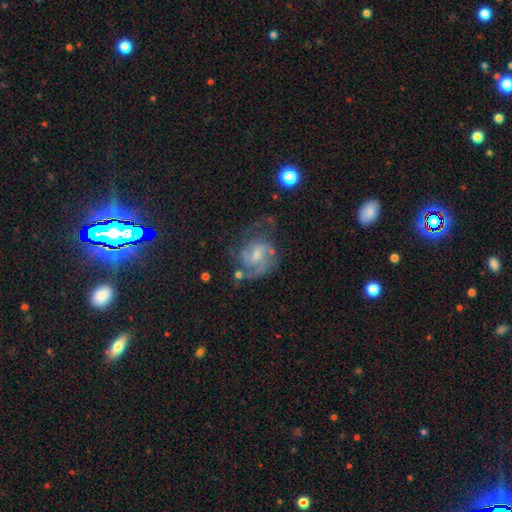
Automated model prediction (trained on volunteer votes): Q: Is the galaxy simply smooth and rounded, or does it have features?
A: featured or disk — 77%.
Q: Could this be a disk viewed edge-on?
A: no — 98%.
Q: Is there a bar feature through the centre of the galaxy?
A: weak — 54%.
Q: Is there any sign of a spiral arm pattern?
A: yes — 92%.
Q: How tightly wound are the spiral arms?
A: medium — 50%.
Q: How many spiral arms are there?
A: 2 — 56%.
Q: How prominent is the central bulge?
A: small — 46%.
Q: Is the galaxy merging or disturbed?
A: none — 55%.